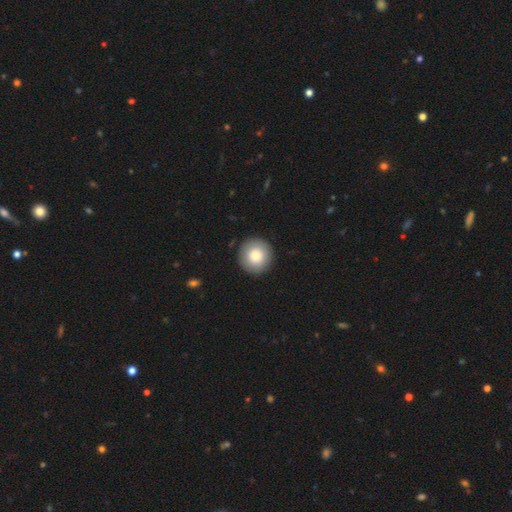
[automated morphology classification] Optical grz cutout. It shows a smooth galaxy with no disk features (83%) that is round (95%). Merging: none (91%).